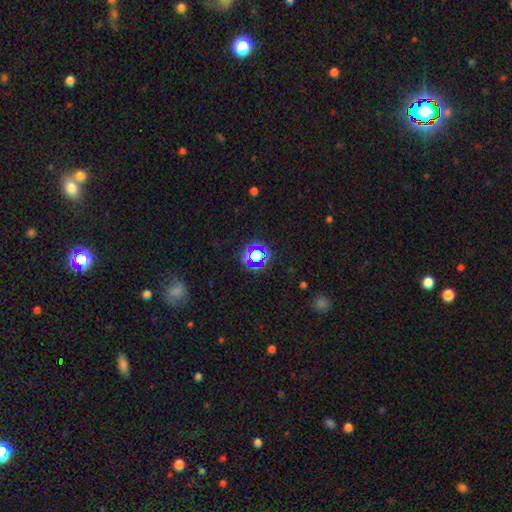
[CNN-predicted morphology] Q: Smooth or featured?
A: star or artifact (62%); runner-up: smooth (27%)